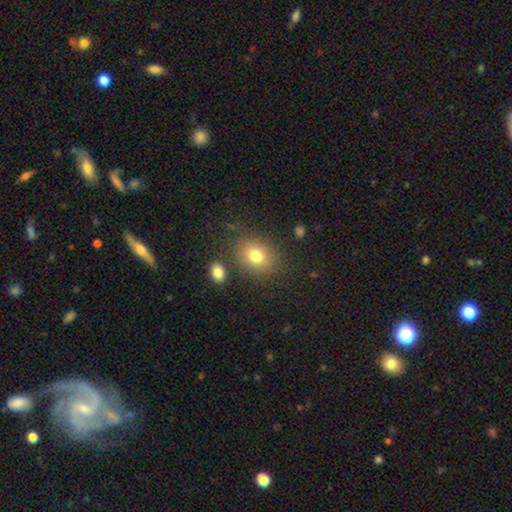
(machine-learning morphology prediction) Smooth or featured? Predicted: smooth (p=0.77). How rounded? Predicted: round (p=0.50). Merging? Predicted: none (p=0.80).